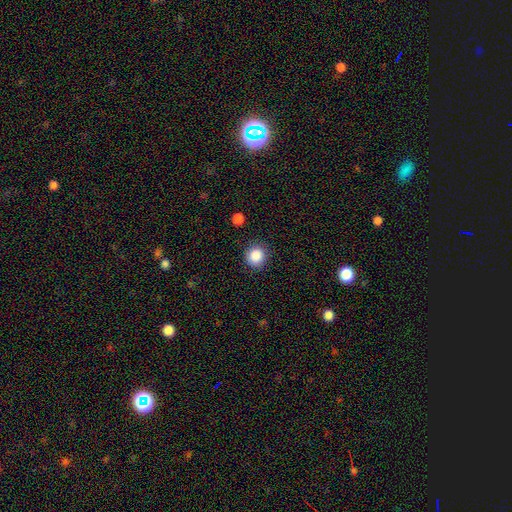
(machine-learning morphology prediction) A smooth galaxy with no disk features (87%) that is round (90%). Merging: none (88%).